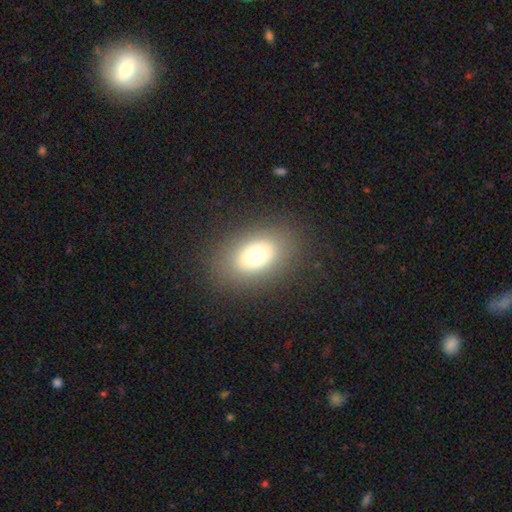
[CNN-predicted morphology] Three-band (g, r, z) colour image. It shows a smooth galaxy with no disk features (66%) that is in between round and cigar-shaped (76%). Merging: none (84%).